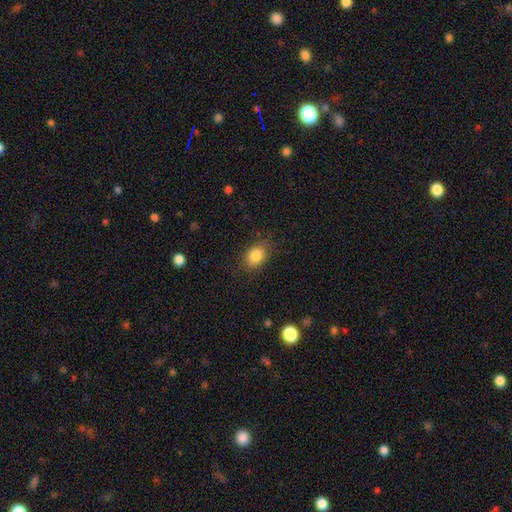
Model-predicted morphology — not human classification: type=smooth (85%); roundness=in between (60%); merging=none (81%).